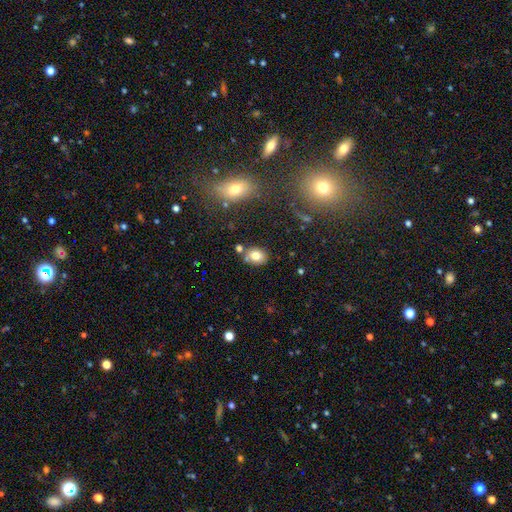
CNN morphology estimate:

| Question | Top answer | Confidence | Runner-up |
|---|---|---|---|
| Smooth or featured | smooth | 78% | star or artifact (11%) |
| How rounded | in between | 55% | round (44%) |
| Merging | none | 73% | minor disturbance (12%) |